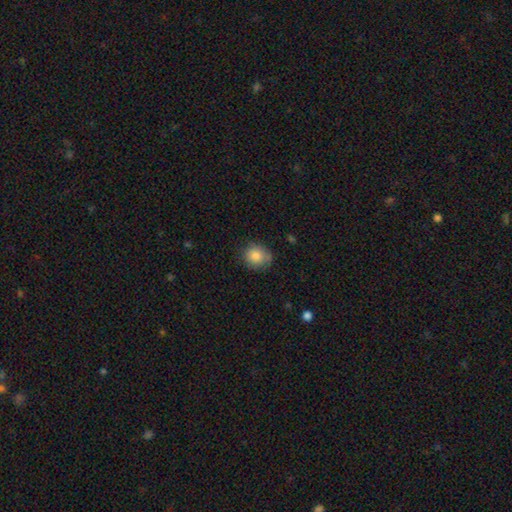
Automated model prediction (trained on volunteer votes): Q: Smooth or featured?
A: smooth (83%); runner-up: star or artifact (9%)
Q: How rounded?
A: round (85%); runner-up: in between (14%)
Q: Merging?
A: none (75%); runner-up: minor disturbance (19%)